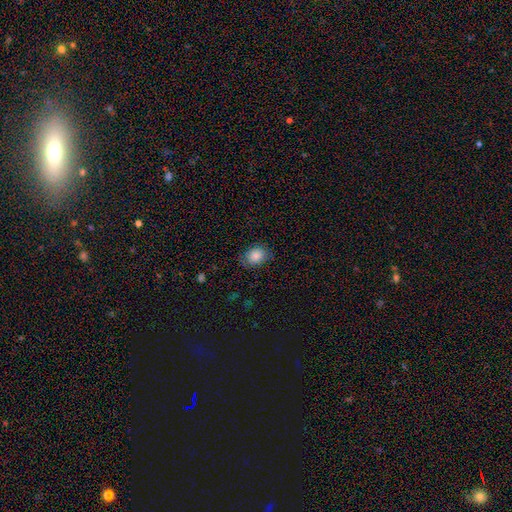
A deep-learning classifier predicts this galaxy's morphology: smooth_or_featured: smooth (p=0.85) [alt: star or artifact p=0.09]
how_rounded: in between (p=0.53) [alt: round p=0.46]
merging: none (p=0.77) [alt: minor disturbance p=0.17]